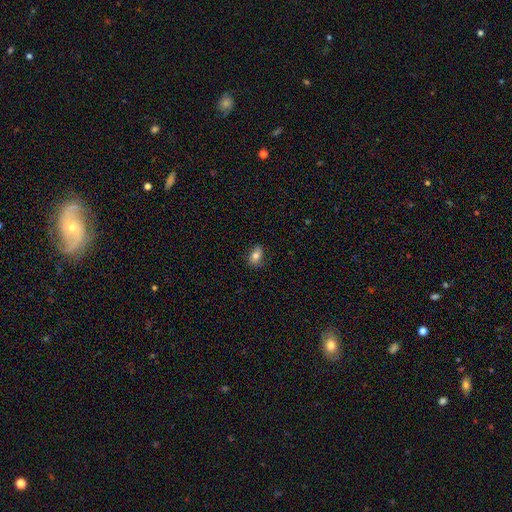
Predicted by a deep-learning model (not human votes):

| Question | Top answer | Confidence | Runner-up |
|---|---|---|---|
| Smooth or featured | smooth | 77% | featured or disk (14%) |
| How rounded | in between | 85% | round (12%) |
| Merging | none | 78% | minor disturbance (17%) |